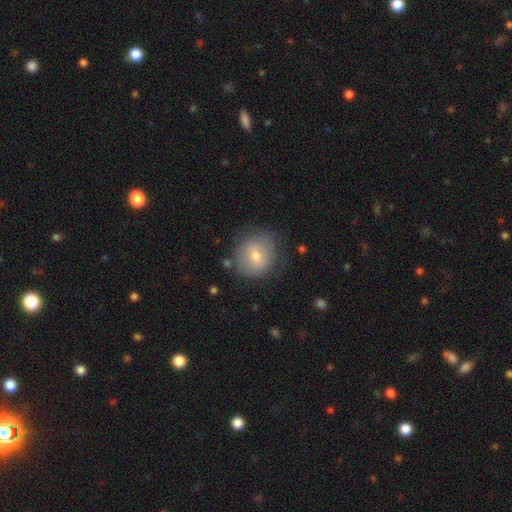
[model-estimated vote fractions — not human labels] A smooth galaxy with no disk features (64%) that is round (79%).

Vote fractions:
- Smooth or featured? smooth: 64% / featured or disk: 26% / star or artifact: 10%
- How rounded? round: 79% / in between: 20% / cigar-shaped: 1%
- Merging? none: 72% / minor disturbance: 19% / major disturbance: 6% / merger: 2%